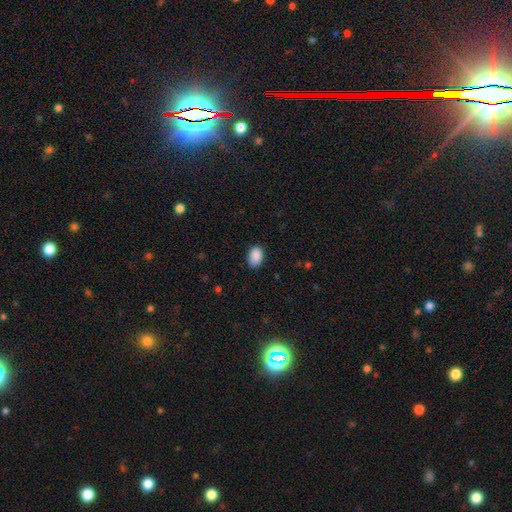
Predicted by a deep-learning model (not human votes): Smooth or featured?
  - smooth: 90% *
  - star or artifact: 7%
  - featured or disk: 3%
How rounded?
  - in between: 86% *
  - round: 13%
  - cigar-shaped: 1%
Merging?
  - none: 87% *
  - minor disturbance: 10%
  - major disturbance: 2%
  - merger: 1%